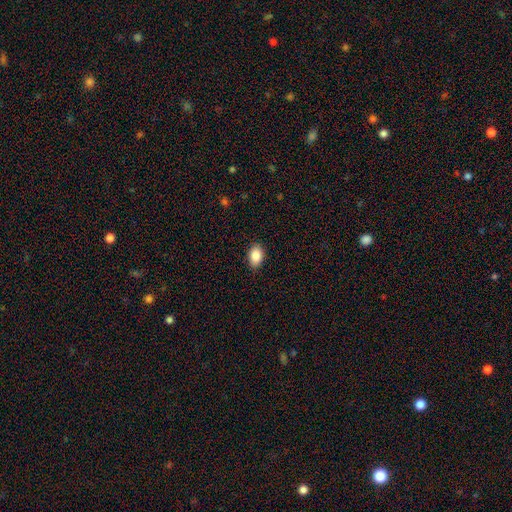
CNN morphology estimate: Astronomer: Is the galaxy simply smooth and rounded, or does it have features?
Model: smooth — 87%.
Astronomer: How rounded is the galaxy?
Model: in between — 86%.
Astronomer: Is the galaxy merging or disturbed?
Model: none — 87%.